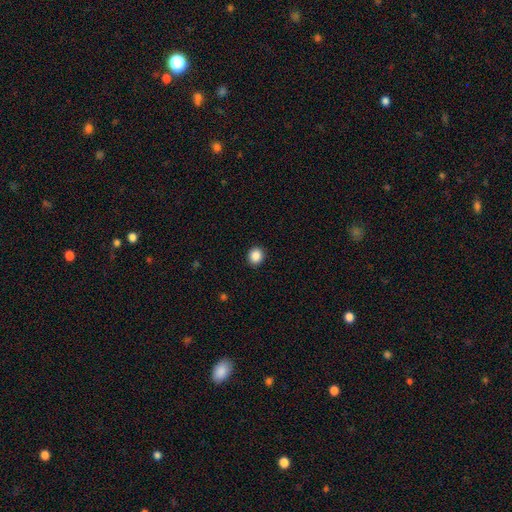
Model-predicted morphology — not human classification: type=smooth (88%); roundness=round (79%); merging=none (92%).